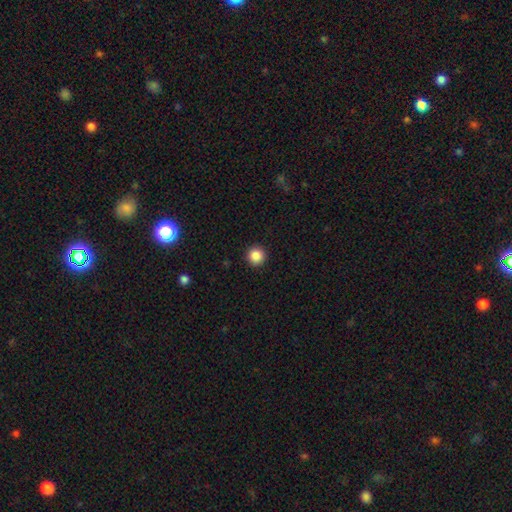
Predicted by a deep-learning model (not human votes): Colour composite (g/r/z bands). It shows a smooth galaxy with no disk features (87%) that is round (96%). Merging: none (93%).